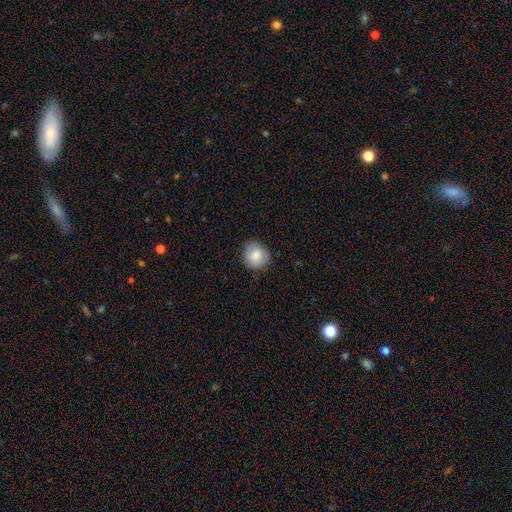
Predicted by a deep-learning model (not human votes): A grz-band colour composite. It shows a smooth galaxy with no disk features (81%) that is round (82%). Merging: none (81%).